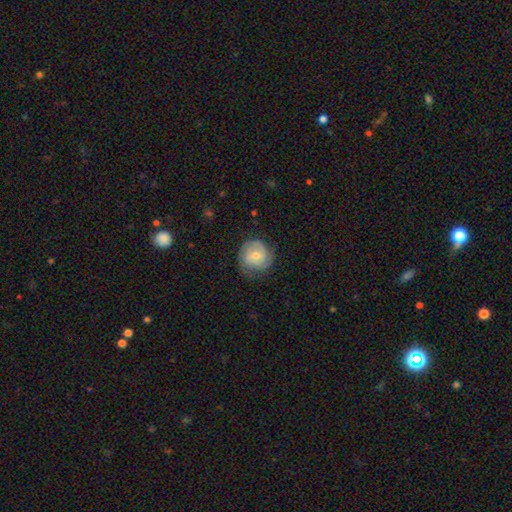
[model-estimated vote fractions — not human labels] Smooth or featured: featured or disk — 66% (smooth — 27%)
Edge-on disk: no — 98% (yes — 2%)
Bar: weak — 48% (no — 41%)
Spiral arms: yes — 92% (no — 8%)
Spiral winding: tight — 59% (medium — 32%)
Spiral arm count: 2 — 45% (can't tell — 23%)
Bulge size: small — 49% (moderate — 46%)
Merging: none — 74% (minor disturbance — 19%)